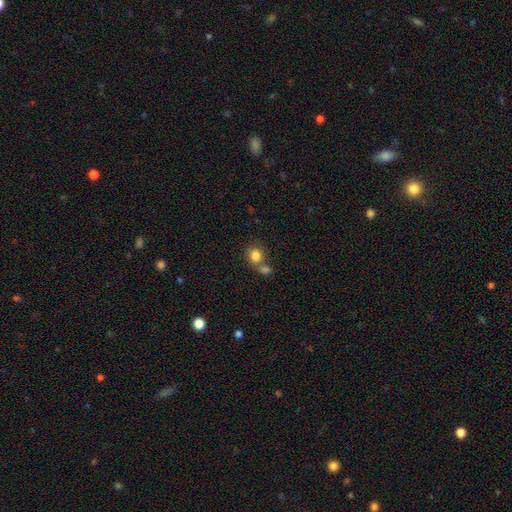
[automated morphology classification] Smooth or featured: smooth — 83% (star or artifact — 10%)
How rounded: round — 77% (in between — 22%)
Merging: none — 48% (merger — 39%)